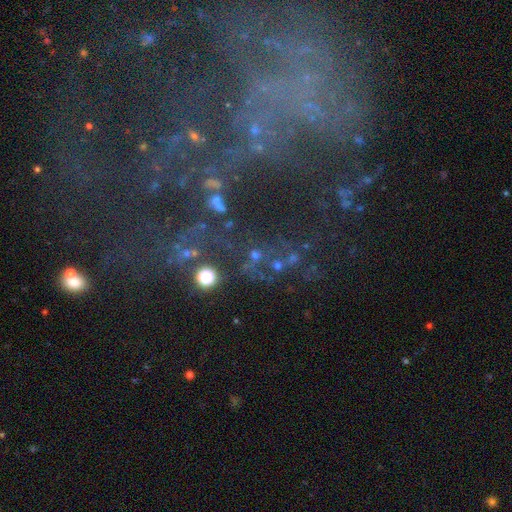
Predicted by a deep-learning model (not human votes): Q: Smooth or featured?
A: star or artifact (46%); runner-up: smooth (34%)